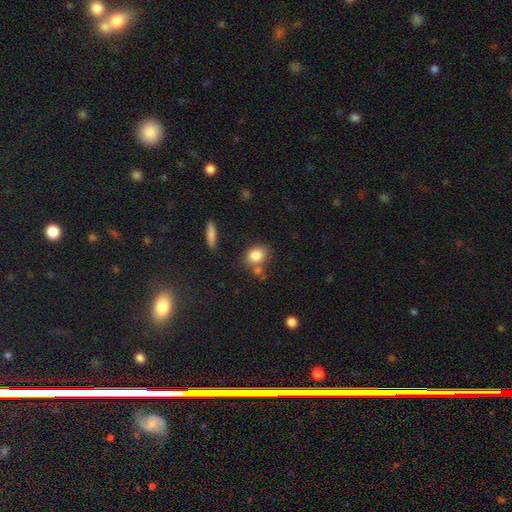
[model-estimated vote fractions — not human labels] Smooth or featured? smooth (82%)
How rounded? in between (50%)
Merging? none (63%)